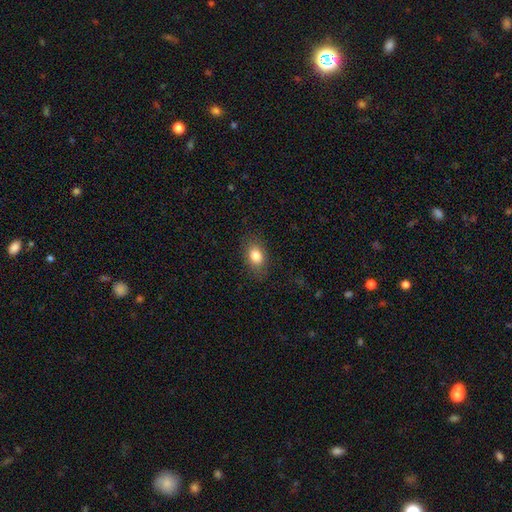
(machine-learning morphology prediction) Smooth or featured?
  - smooth: 83% *
  - star or artifact: 9%
  - featured or disk: 8%
How rounded?
  - in between: 79% *
  - round: 19%
  - cigar-shaped: 2%
Merging?
  - none: 84% *
  - minor disturbance: 11%
  - major disturbance: 3%
  - merger: 1%